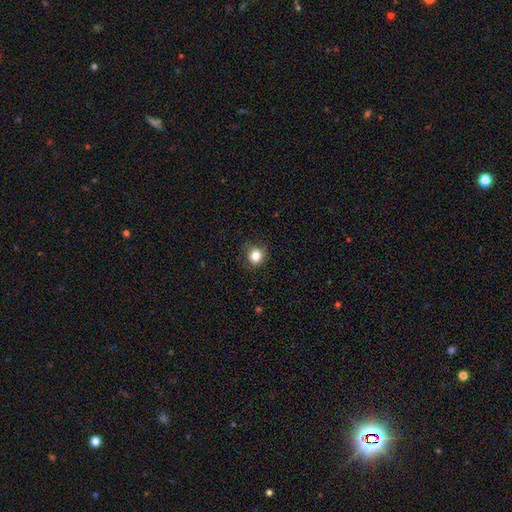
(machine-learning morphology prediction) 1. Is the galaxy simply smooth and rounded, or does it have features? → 84% smooth, 11% star or artifact, 5% featured or disk.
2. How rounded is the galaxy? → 86% round, 13% in between, 1% cigar-shaped.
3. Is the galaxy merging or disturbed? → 83% none, 12% minor disturbance, 3% major disturbance, 1% merger.